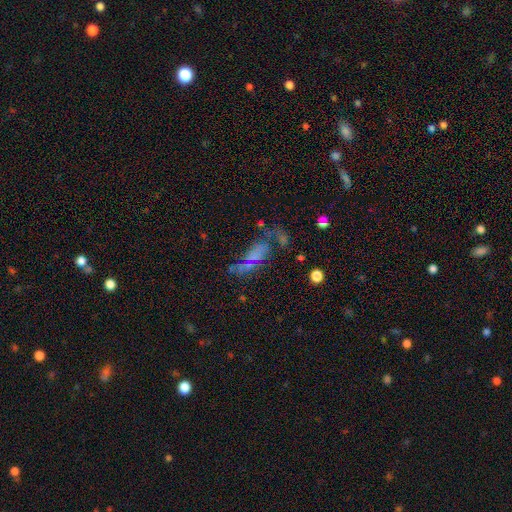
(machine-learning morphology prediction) This is possibly a smooth galaxy (46%). Merging: marginally none (38%).